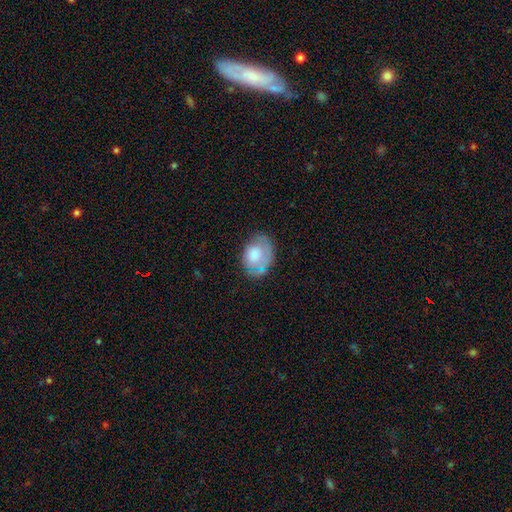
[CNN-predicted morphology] Overall: smooth (63%; featured or disk 30%). How rounded: in between (61%; round 38%). Merging: none (56%; minor disturbance 28%).